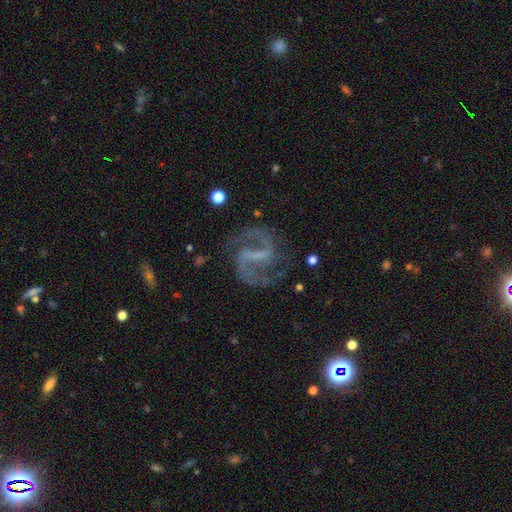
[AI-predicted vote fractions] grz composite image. It shows a featured or disk galaxy (90%) with a strong bar (55%), 2 (94%) medium (60%) spiral arms (97%) and no central bulge (56%). Merging: none (79%).